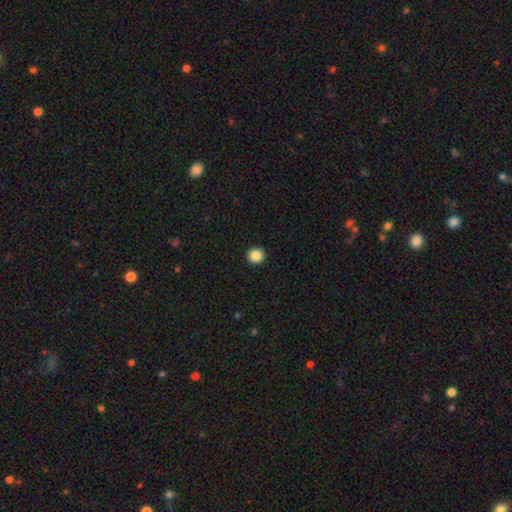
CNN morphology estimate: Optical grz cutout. It shows a smooth galaxy with no disk features (87%) that is round (95%). Merging: none (94%).